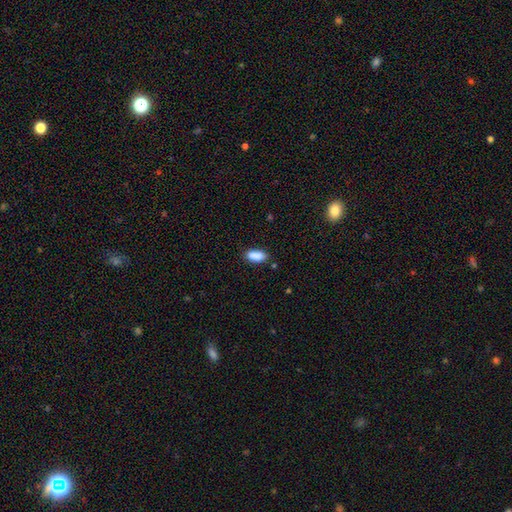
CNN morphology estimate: Smooth or featured? Predicted: smooth (p=0.89). How rounded? Predicted: in between (p=0.87). Merging? Predicted: none (p=0.81).